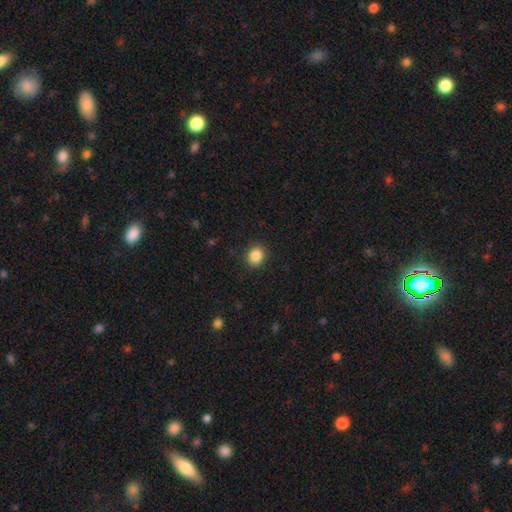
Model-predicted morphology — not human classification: A smooth galaxy with no disk features (87%) that is round (73%). Merging: none (89%).